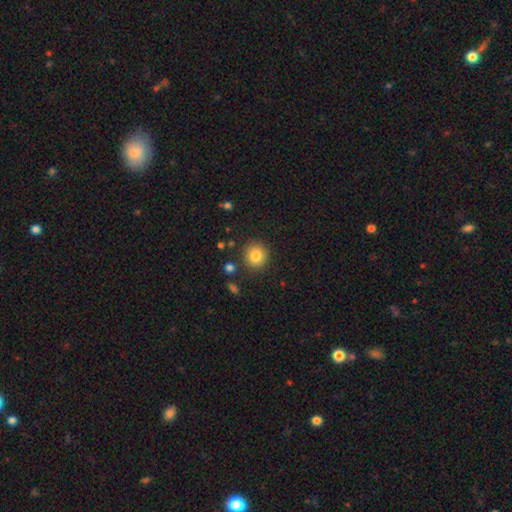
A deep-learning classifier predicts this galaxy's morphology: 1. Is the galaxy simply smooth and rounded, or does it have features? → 83% smooth, 10% star or artifact, 7% featured or disk.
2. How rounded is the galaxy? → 90% round, 9% in between, 1% cigar-shaped.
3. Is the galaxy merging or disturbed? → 88% none, 7% minor disturbance, 3% merger, 2% major disturbance.